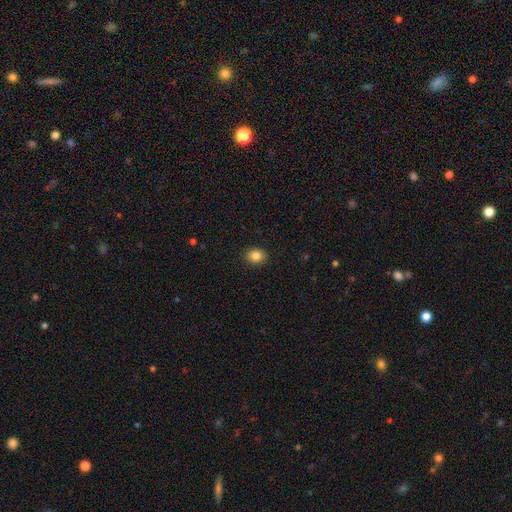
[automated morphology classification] This appears to be a smooth galaxy with no disk features (85%) that is in between round and cigar-shaped (50%). Merging: none (90%).